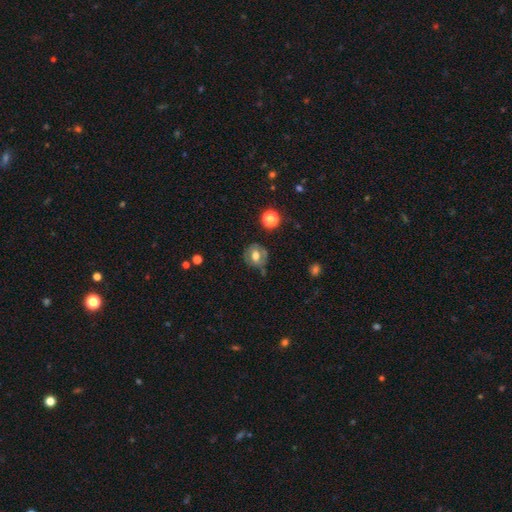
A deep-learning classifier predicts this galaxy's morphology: smooth 52%, featured or disk 38%, star or artifact 10%. Down the decision tree: how rounded — round (74%); merging — none (70%).